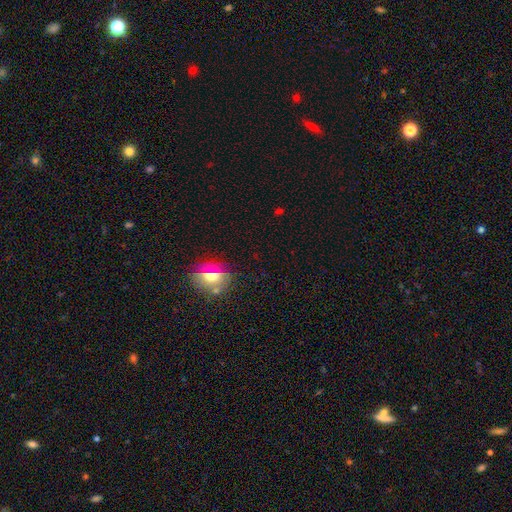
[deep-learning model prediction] Smooth or featured?
  - smooth: 46% *
  - star or artifact: 42%
  - featured or disk: 12%
Merging?
  - none: 80% *
  - minor disturbance: 10%
  - major disturbance: 5%
  - merger: 4%